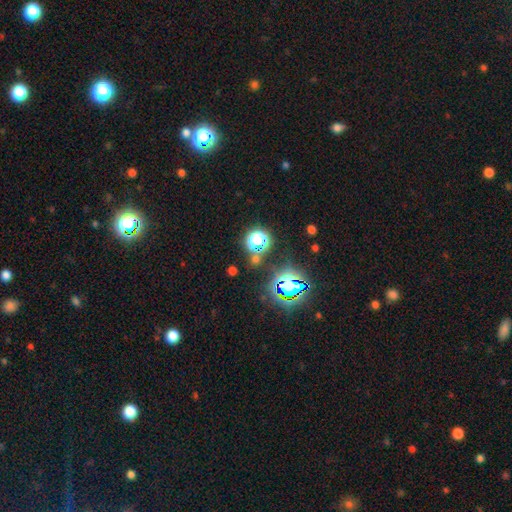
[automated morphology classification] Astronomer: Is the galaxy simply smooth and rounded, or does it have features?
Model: star or artifact — 72%.